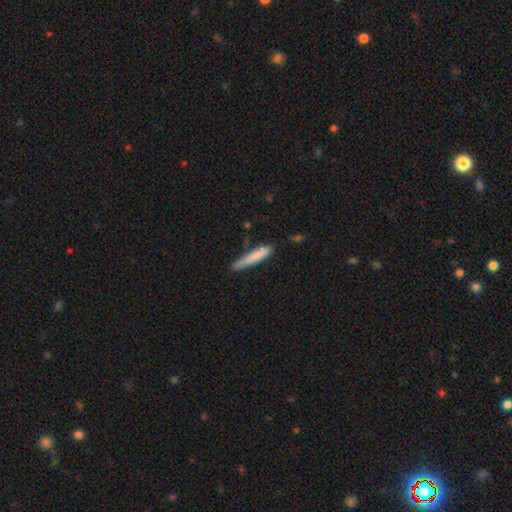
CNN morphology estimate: Q: Smooth or featured?
A: smooth (77%); runner-up: featured or disk (17%)
Q: How rounded?
A: cigar-shaped (93%); runner-up: in between (6%)
Q: Merging?
A: none (72%); runner-up: minor disturbance (21%)